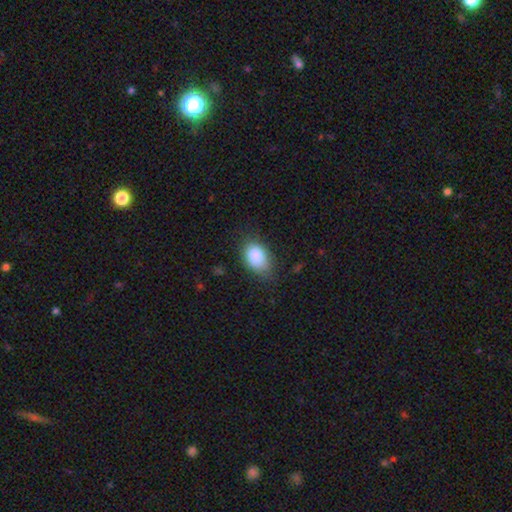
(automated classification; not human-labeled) Morphology: type=smooth (86%); roundness=in between (84%); merging=none (69%).